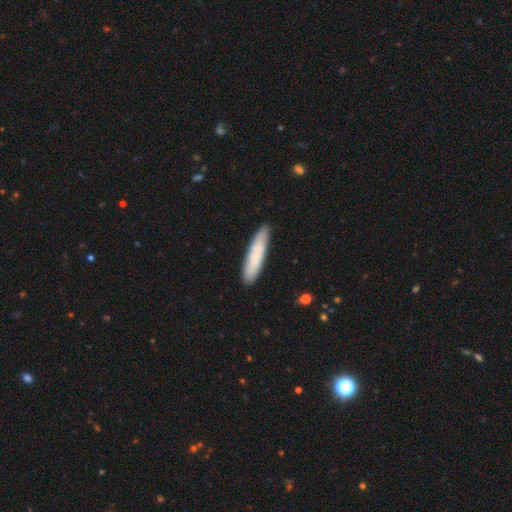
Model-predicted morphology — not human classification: Q: Smooth or featured?
A: smooth (73%); runner-up: featured or disk (21%)
Q: How rounded?
A: cigar-shaped (83%); runner-up: in between (16%)
Q: Merging?
A: none (86%); runner-up: minor disturbance (11%)